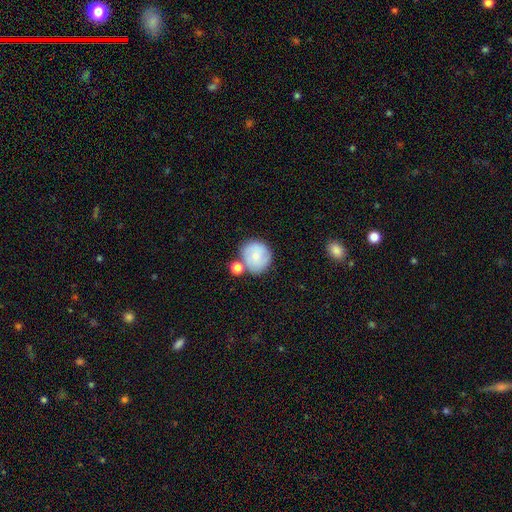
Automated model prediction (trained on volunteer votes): Q: Smooth or featured?
A: smooth (72%); runner-up: featured or disk (20%)
Q: How rounded?
A: round (87%); runner-up: in between (12%)
Q: Merging?
A: none (61%); runner-up: merger (20%)